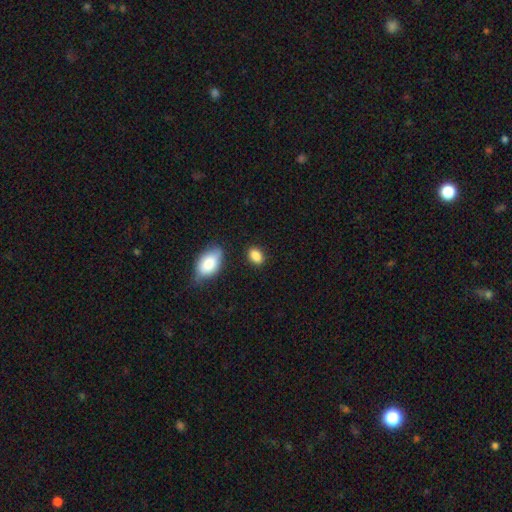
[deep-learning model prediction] smooth 87%, star or artifact 8%, featured or disk 5%. Down the decision tree: how rounded — in between (80%); merging — none (77%).